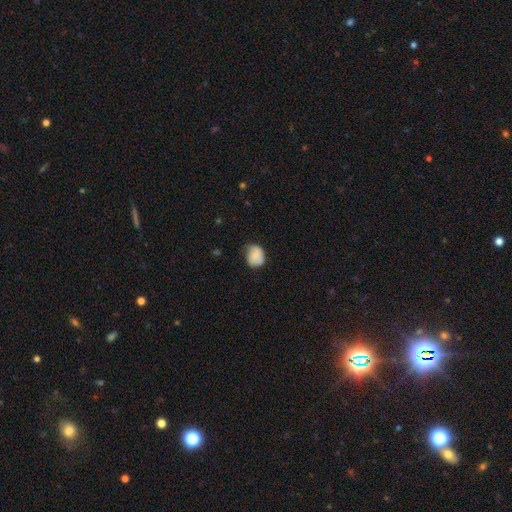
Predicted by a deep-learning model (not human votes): Q: Smooth or featured?
A: smooth (77%); runner-up: featured or disk (15%)
Q: How rounded?
A: round (55%); runner-up: in between (44%)
Q: Merging?
A: none (58%); runner-up: minor disturbance (34%)